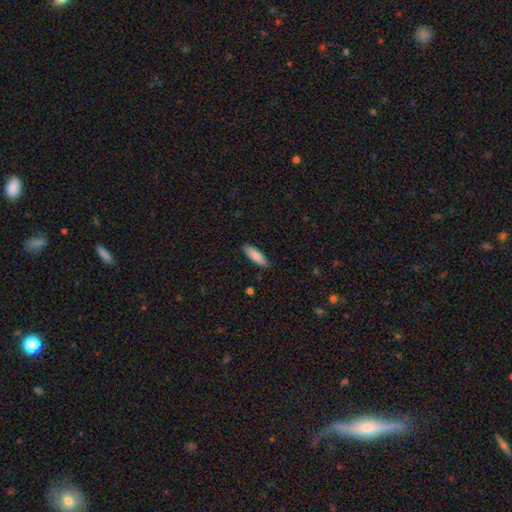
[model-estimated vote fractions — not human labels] A smooth galaxy with no disk features (86%) that is in between round and cigar-shaped (51%). Merging: none (87%).